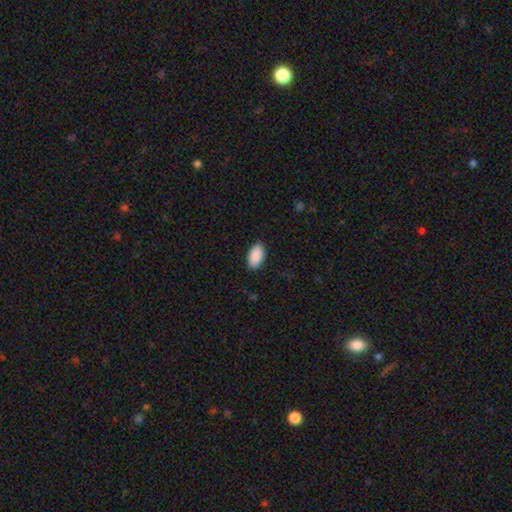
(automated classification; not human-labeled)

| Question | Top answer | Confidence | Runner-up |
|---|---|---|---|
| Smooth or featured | smooth | 91% | star or artifact (6%) |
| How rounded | in between | 95% | round (3%) |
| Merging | none | 89% | minor disturbance (8%) |